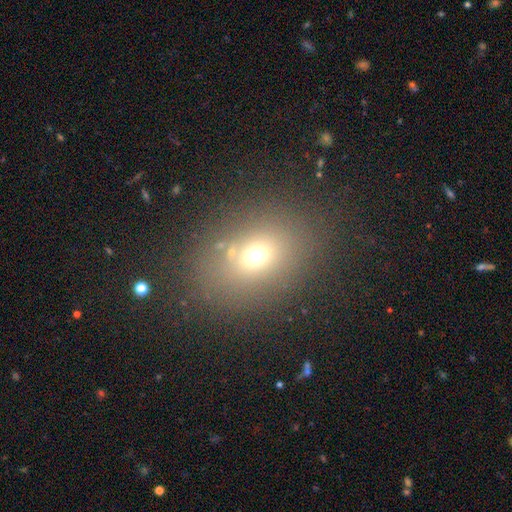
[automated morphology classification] Smooth or featured: smooth — 66% (star or artifact — 20%)
How rounded: in between — 60% (round — 39%)
Merging: none — 78% (minor disturbance — 11%)